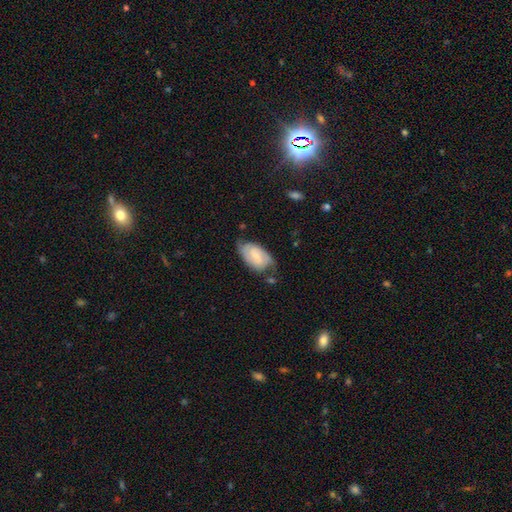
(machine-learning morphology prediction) Smooth or featured? featured or disk (68%)
Edge-on disk? no (96%)
Bar? weak (50%)
Spiral arms? yes (92%)
Spiral winding? tight (50%)
Spiral arm count? 2 (79%)
Bulge size? small (55%)
Merging? none (64%)